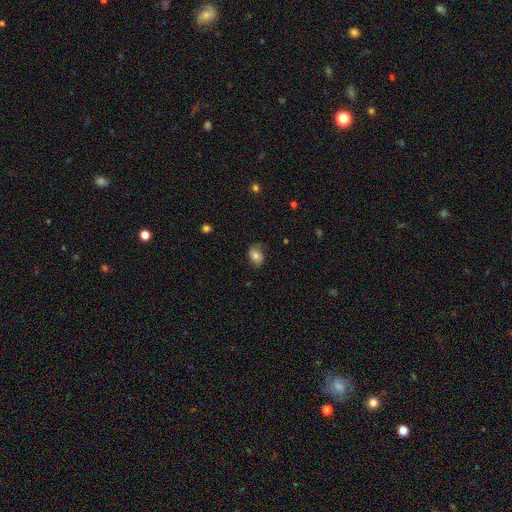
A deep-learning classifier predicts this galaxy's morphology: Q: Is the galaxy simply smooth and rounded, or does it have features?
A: smooth — 75%.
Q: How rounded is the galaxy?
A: in between — 74%.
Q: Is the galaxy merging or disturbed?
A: none — 71%.